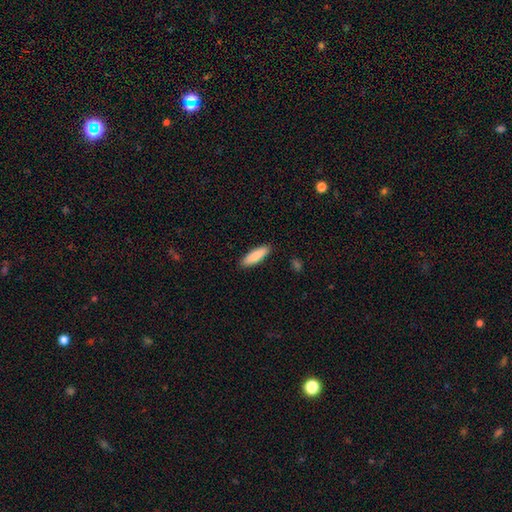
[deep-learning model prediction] smooth-or-featured: smooth: 84% | featured or disk: 10% | star or artifact: 6%
  how-rounded: cigar-shaped: 55% | in between: 43% | round: 2%
  merging: none: 89% | minor disturbance: 8% | major disturbance: 2% | merger: 1%